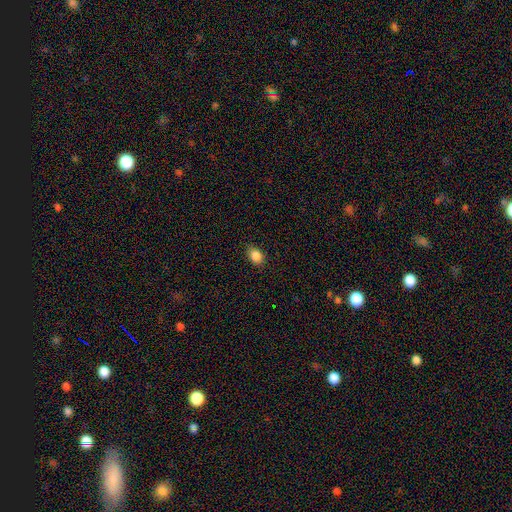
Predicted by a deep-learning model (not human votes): Overall: smooth (87%). How rounded: in between (72%). Merging: none (84%).